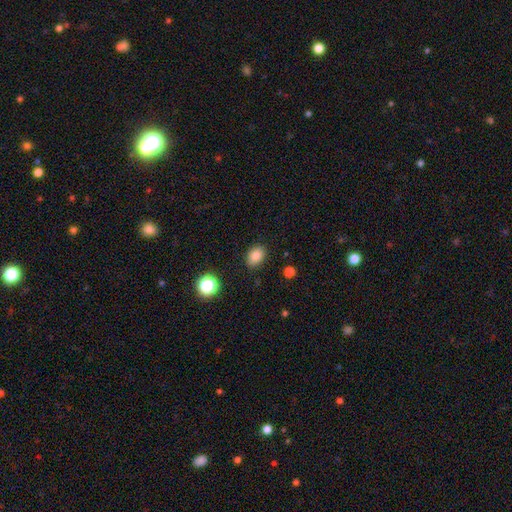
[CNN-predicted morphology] The model was most divided on "how rounded": in between: 73%, round: 26%, cigar-shaped: 1%. More confident: merging — none (87%); smooth or featured — smooth (83%).